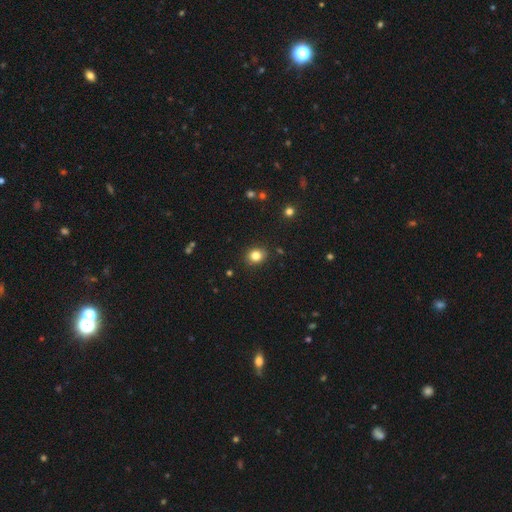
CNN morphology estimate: smooth_or_featured: smooth (p=0.82) [alt: star or artifact p=0.12]
how_rounded: round (p=0.68) [alt: in between p=0.31]
merging: none (p=0.88) [alt: minor disturbance p=0.09]